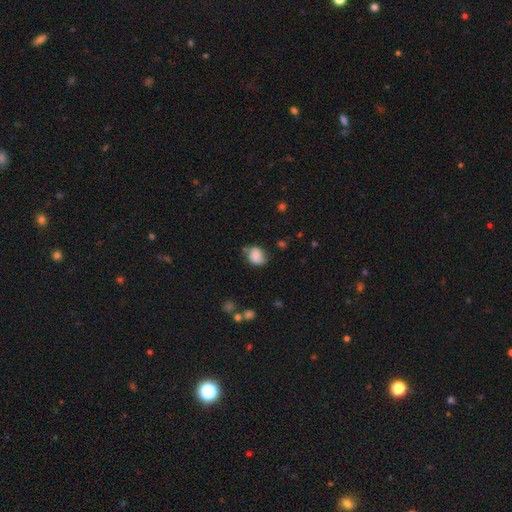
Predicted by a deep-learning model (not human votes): Morphology: type=smooth (74%); roundness=round (51%); merging=none (60%).